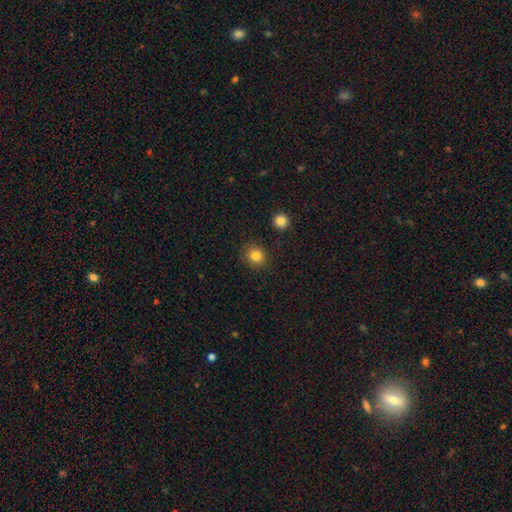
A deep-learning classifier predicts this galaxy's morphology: smooth_or_featured: smooth (p=0.84) [alt: star or artifact p=0.11]
how_rounded: round (p=0.87) [alt: in between p=0.12]
merging: none (p=0.89) [alt: minor disturbance p=0.07]